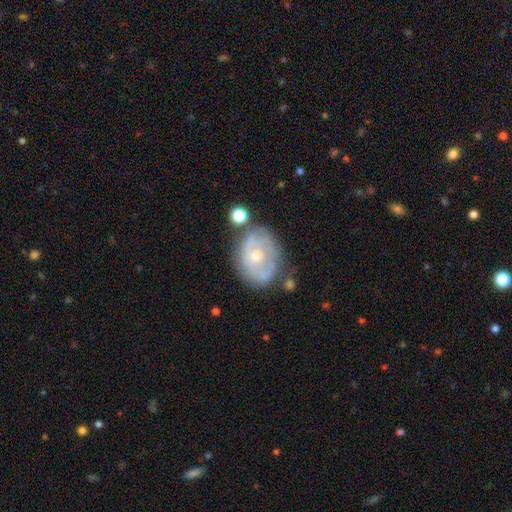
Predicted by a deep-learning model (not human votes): Overall: featured or disk (68%). Edge-on disk: no (96%). Bar: no (74%). Spiral arms: yes (56%; no 44%). Bulge size: moderate (62%; small 33%). Merging: none (58%; minor disturbance 24%).